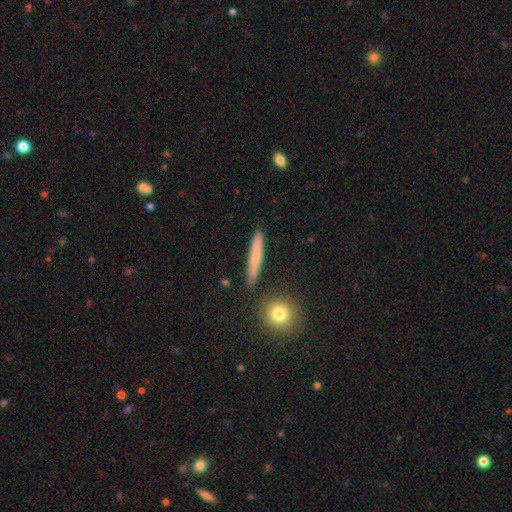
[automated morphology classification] A smooth galaxy with no disk features (69%) that is cigar-shaped (91%).

Vote fractions:
- Smooth or featured? smooth: 69% / featured or disk: 25% / star or artifact: 7%
- How rounded? cigar-shaped: 91% / in between: 6% / round: 3%
- Merging? none: 88% / minor disturbance: 8% / merger: 3% / major disturbance: 2%